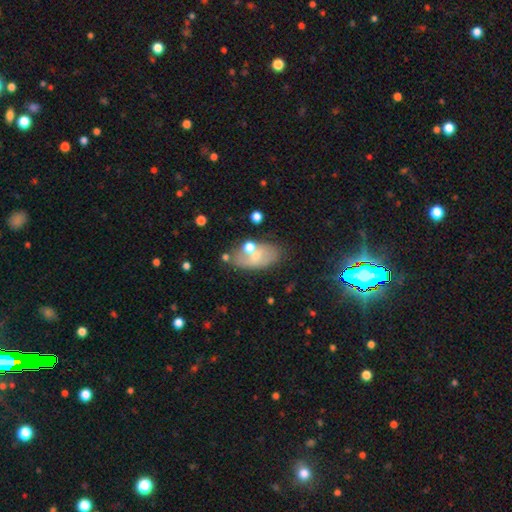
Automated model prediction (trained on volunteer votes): Smooth or featured: smooth — 55% (featured or disk — 33%)
How rounded: in between — 90% (round — 6%)
Merging: none — 63% (minor disturbance — 18%)